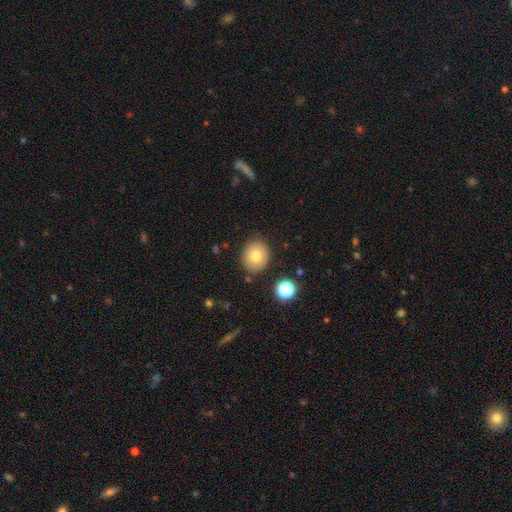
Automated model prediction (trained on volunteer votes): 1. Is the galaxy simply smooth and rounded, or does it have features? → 76% smooth, 13% featured or disk, 11% star or artifact.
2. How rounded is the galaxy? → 84% round, 15% in between, 1% cigar-shaped.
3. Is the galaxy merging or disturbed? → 83% none, 11% minor disturbance, 3% merger, 3% major disturbance.